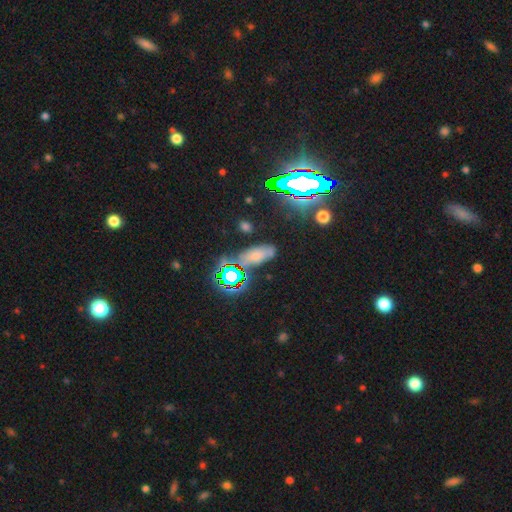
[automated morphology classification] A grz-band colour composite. It shows a smooth galaxy with no disk features (49%). Merging: none (68%).